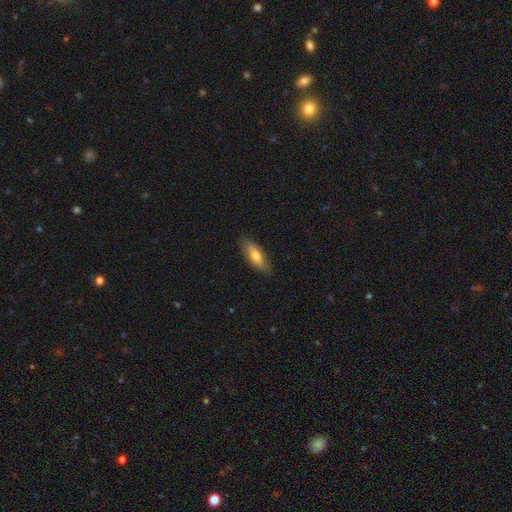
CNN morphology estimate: smooth 66%, featured or disk 27%, star or artifact 6%. Down the decision tree: how rounded — in between (62%); merging — none (85%).